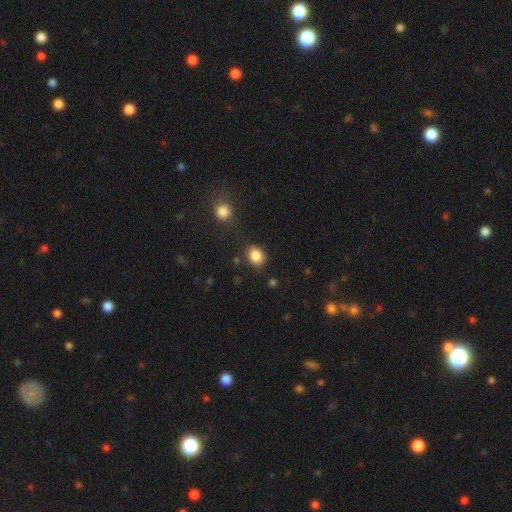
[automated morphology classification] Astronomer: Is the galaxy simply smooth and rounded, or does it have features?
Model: smooth — 86%.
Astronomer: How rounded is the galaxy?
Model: round — 54% (runner-up: in between, 45%).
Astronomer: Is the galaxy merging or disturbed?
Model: none — 82%.